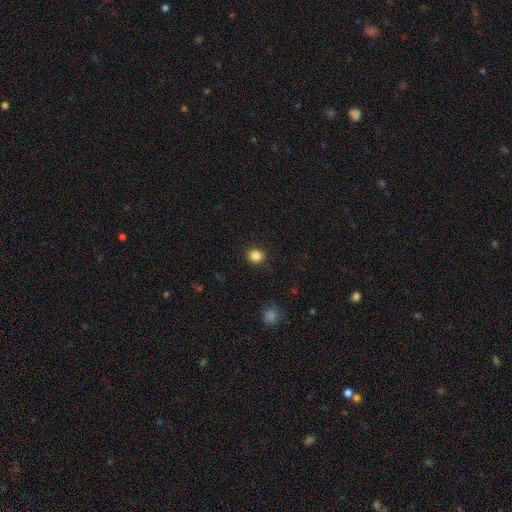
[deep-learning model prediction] Smooth or featured?
  - smooth: 85% *
  - star or artifact: 11%
  - featured or disk: 4%
How rounded?
  - round: 85% *
  - in between: 14%
  - cigar-shaped: 1%
Merging?
  - none: 90% *
  - minor disturbance: 7%
  - major disturbance: 2%
  - merger: 1%